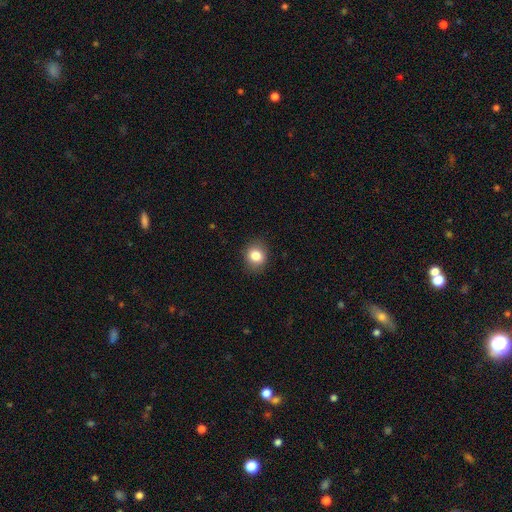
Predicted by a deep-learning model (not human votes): A smooth galaxy with no disk features (83%) that is round (69%). Merging: none (87%).